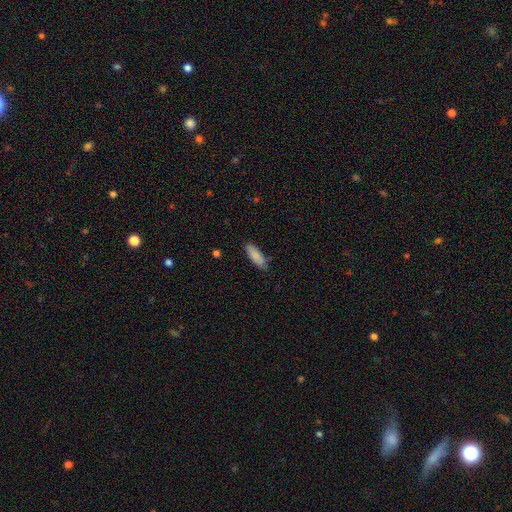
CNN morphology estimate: Smooth or featured? smooth (86%)
How rounded? in between (60%)
Merging? none (79%)